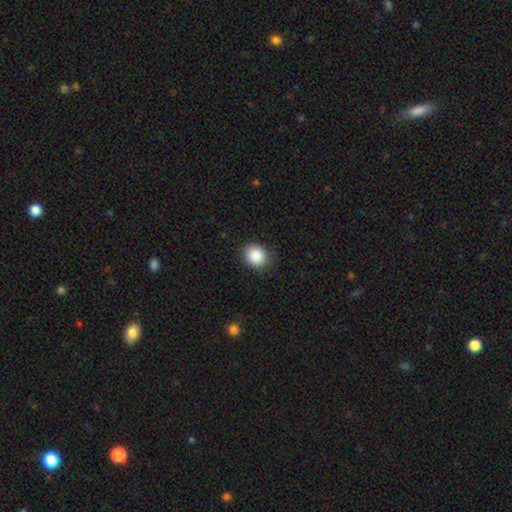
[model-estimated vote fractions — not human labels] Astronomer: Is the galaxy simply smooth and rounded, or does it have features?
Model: smooth — 88%.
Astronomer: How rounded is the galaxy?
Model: round — 78%.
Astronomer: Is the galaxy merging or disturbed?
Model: none — 85%.